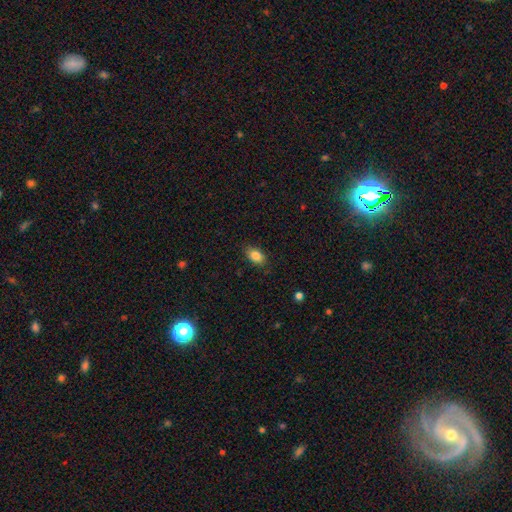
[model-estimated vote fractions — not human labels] A smooth galaxy with no disk features (84%) that is in between round and cigar-shaped (89%).

Vote fractions:
- Smooth or featured? smooth: 84% / star or artifact: 8% / featured or disk: 8%
- How rounded? in between: 89% / round: 8% / cigar-shaped: 2%
- Merging? none: 85% / minor disturbance: 11% / major disturbance: 2% / merger: 1%